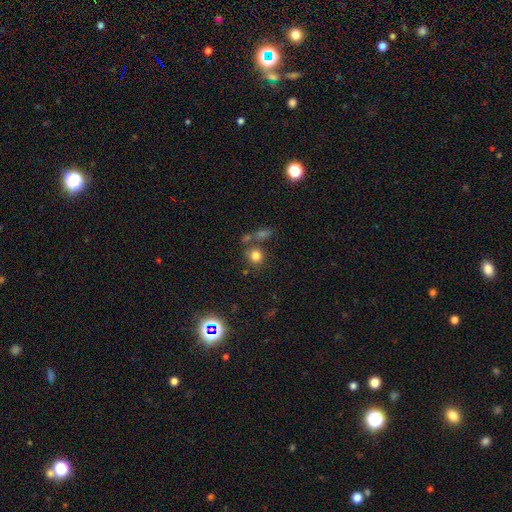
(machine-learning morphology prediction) type=smooth (77%); roundness=round (82%); merging=none (64%).